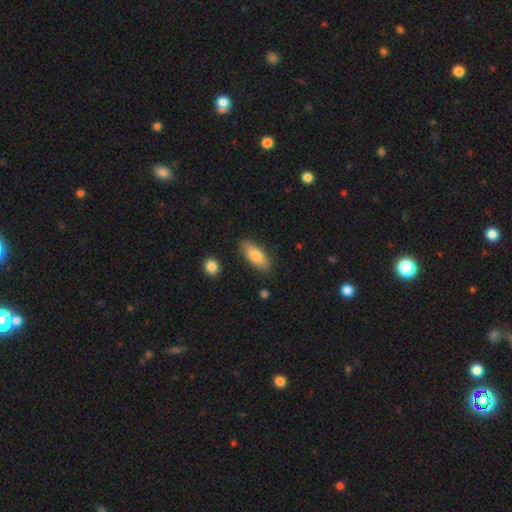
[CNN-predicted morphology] Smooth or featured?
  - smooth: 81% *
  - featured or disk: 13%
  - star or artifact: 6%
How rounded?
  - in between: 81% *
  - cigar-shaped: 17%
  - round: 2%
Merging?
  - none: 85% *
  - minor disturbance: 11%
  - major disturbance: 2%
  - merger: 2%